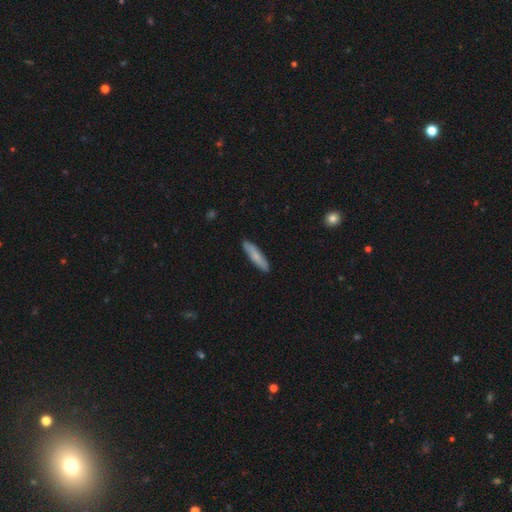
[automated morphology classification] Smooth or featured? smooth (74%)
How rounded? cigar-shaped (80%)
Merging? none (88%)